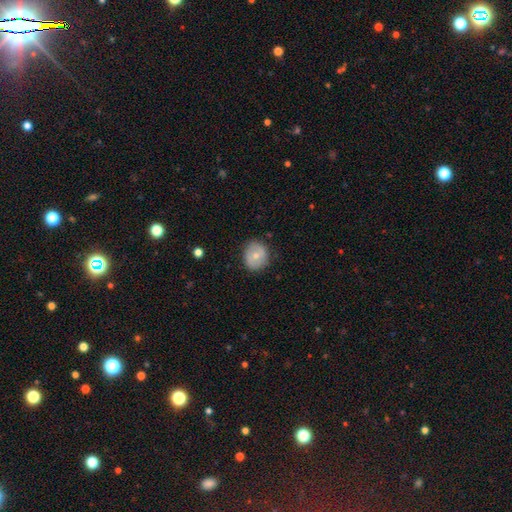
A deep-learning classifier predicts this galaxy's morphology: smooth_or_featured: smooth (p=0.60) [alt: featured or disk p=0.33]
how_rounded: round (p=0.73) [alt: in between p=0.27]
merging: none (p=0.82) [alt: minor disturbance p=0.14]